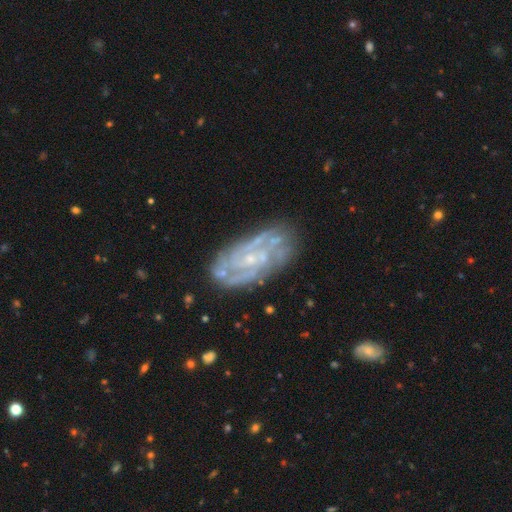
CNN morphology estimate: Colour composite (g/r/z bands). It shows a featured or disk galaxy (83%) with no bar (59%), tight (54%) spiral arms (92%) and a small central bulge (77%). Merging: none (76%).